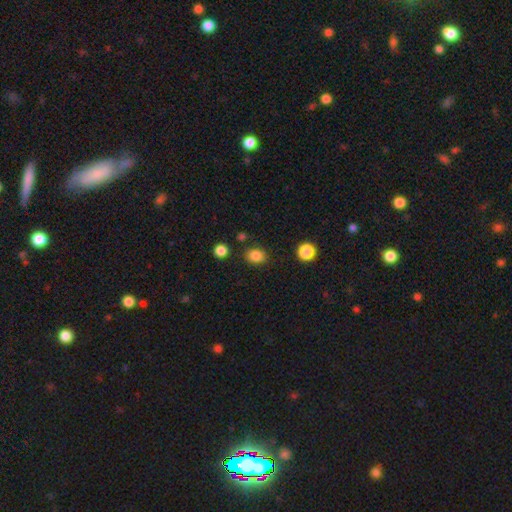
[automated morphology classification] smooth_or_featured: smooth (p=0.84) [alt: star or artifact p=0.11]
how_rounded: in between (p=0.58) [alt: round p=0.41]
merging: none (p=0.83) [alt: minor disturbance p=0.11]